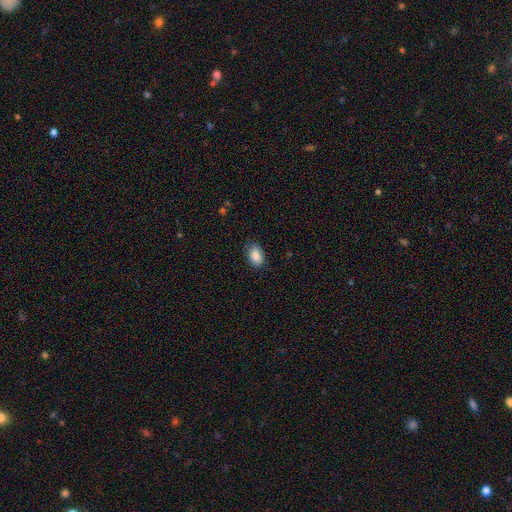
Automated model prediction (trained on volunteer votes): Smooth or featured? Predicted: smooth (p=0.88). How rounded? Predicted: in between (p=0.88). Merging? Predicted: none (p=0.80).